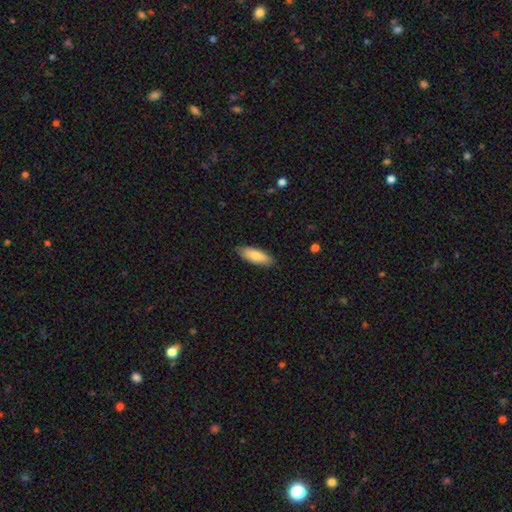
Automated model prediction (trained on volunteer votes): Overall: smooth (79%). How rounded: in between (66%; cigar-shaped 32%). Merging: none (86%).